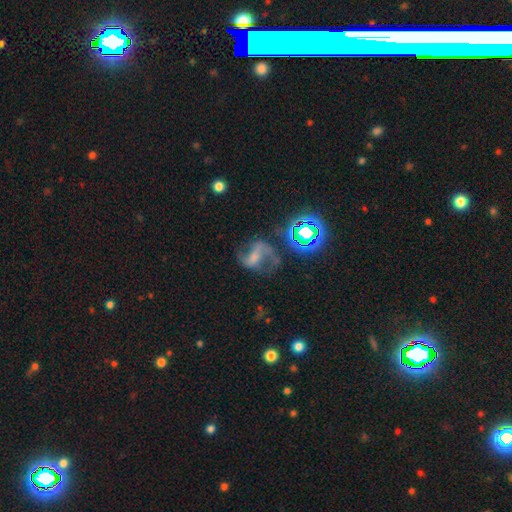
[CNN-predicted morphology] smooth-or-featured: featured or disk: 66% | star or artifact: 19% | smooth: 15%
  disk-edge-on: no: 97% | yes: 3%
    bar: weak: 37% | strong: 36% | no: 27%
    has-spiral-arms: yes: 87% | no: 13%
      spiral-winding: loose: 61% | medium: 31% | tight: 7%
      spiral-arm-count: 2: 80% | 1: 9% | can't tell: 6% | 3: 2% | 4: 1% | more than 4: 1%
    bulge-size: small: 35% | none: 31% | moderate: 26% | large: 6% | dominant: 2%
  merging: none: 46% | major disturbance: 28% | minor disturbance: 19% | merger: 6%